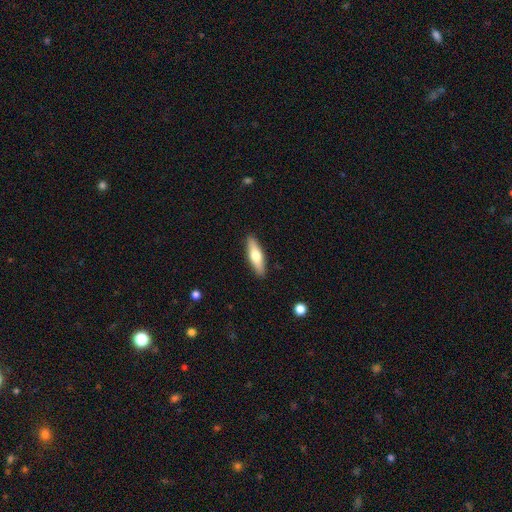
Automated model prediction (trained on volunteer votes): Overall: smooth (59%; featured or disk 35%). How rounded: cigar-shaped (60%; in between 38%). Merging: none (90%).